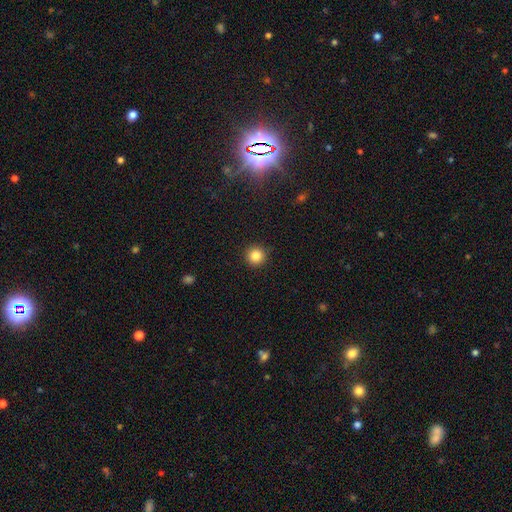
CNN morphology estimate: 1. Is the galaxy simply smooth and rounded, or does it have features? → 84% smooth, 11% star or artifact, 4% featured or disk.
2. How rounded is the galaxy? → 95% round, 4% in between, 1% cigar-shaped.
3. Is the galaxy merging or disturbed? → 92% none, 6% minor disturbance, 2% major disturbance, 1% merger.